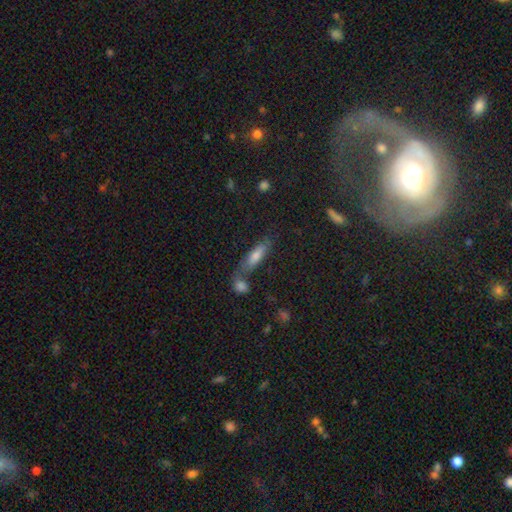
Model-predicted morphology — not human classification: Q: Smooth or featured?
A: smooth (61%); runner-up: featured or disk (26%)
Q: How rounded?
A: cigar-shaped (55%); runner-up: in between (41%)
Q: Merging?
A: none (56%); runner-up: merger (23%)